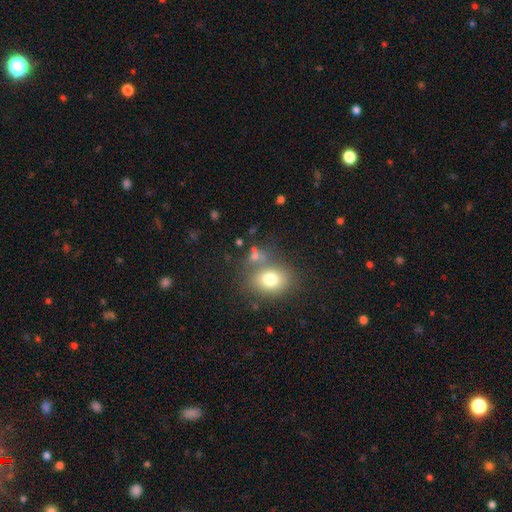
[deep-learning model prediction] Smooth or featured?
  - smooth: 74% *
  - star or artifact: 13%
  - featured or disk: 13%
How rounded?
  - in between: 57% *
  - round: 41%
  - cigar-shaped: 2%
Merging?
  - none: 63% *
  - merger: 17%
  - minor disturbance: 14%
  - major disturbance: 6%